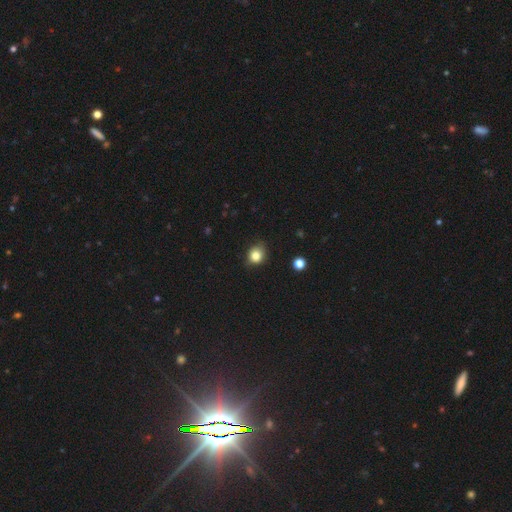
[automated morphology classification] This is clearly a smooth galaxy (83%). How rounded: likely round (74%). Merging: likely none (76%).